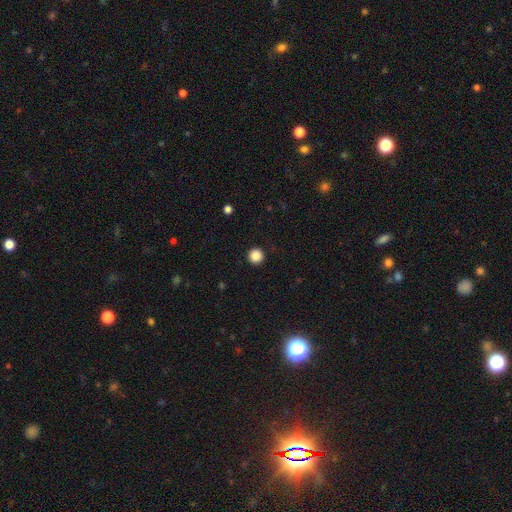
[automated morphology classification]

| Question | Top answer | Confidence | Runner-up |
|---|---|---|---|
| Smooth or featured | smooth | 87% | star or artifact (10%) |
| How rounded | round | 97% | in between (3%) |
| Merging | none | 93% | minor disturbance (4%) |